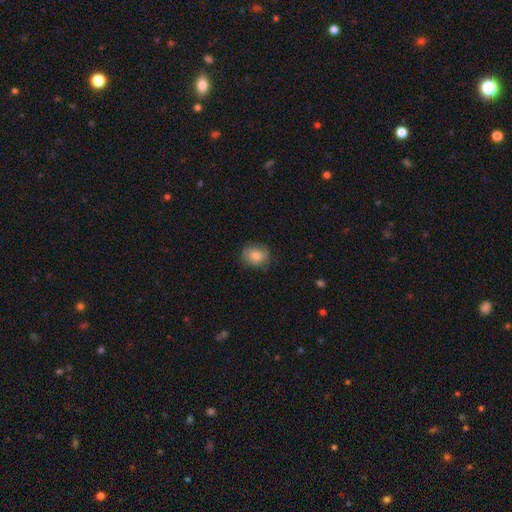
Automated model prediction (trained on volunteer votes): Smooth or featured?
  - smooth: 73% *
  - featured or disk: 19%
  - star or artifact: 8%
How rounded?
  - round: 63% *
  - in between: 36%
  - cigar-shaped: 1%
Merging?
  - none: 77% *
  - minor disturbance: 18%
  - major disturbance: 4%
  - merger: 1%